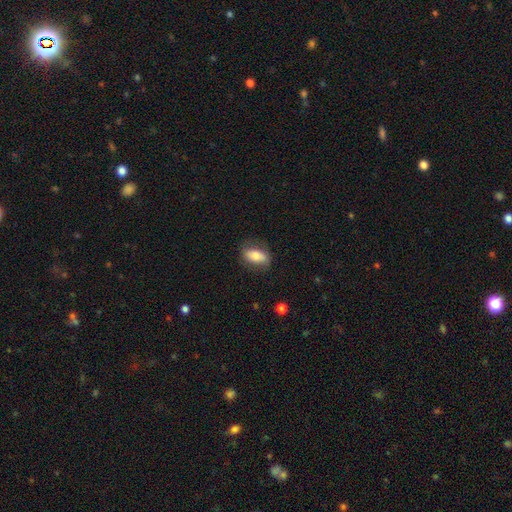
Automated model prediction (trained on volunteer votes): Overall: smooth (73%). How rounded: in between (87%). Merging: none (77%).